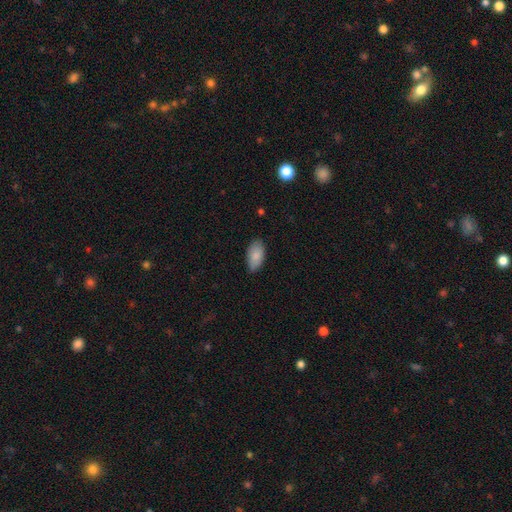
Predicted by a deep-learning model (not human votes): A smooth galaxy with no disk features (86%) that is in between round and cigar-shaped (94%).

Vote fractions:
- Smooth or featured? smooth: 86% / featured or disk: 7% / star or artifact: 6%
- How rounded? in between: 94% / cigar-shaped: 3% / round: 3%
- Merging? none: 81% / minor disturbance: 15% / major disturbance: 2% / merger: 1%